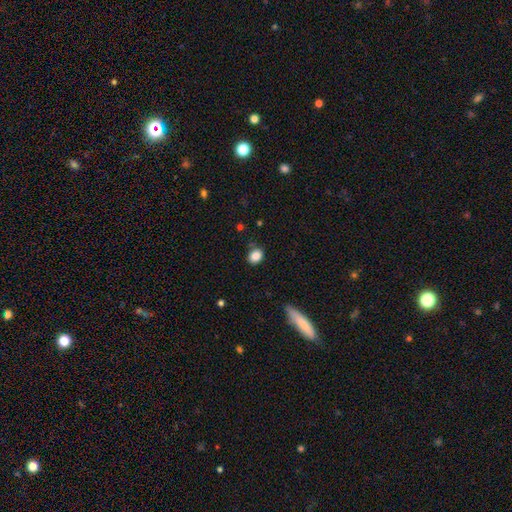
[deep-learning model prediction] This is clearly a smooth galaxy (85%). How rounded: possibly in between (54%). Merging: likely none (78%).